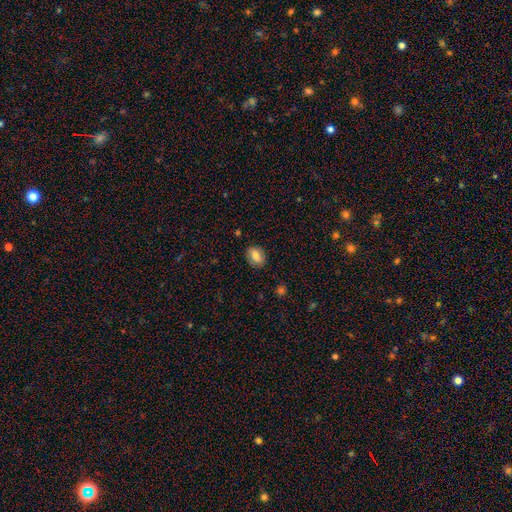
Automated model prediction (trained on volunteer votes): Morphology: type=smooth (71%); roundness=in between (68%); merging=none (84%).